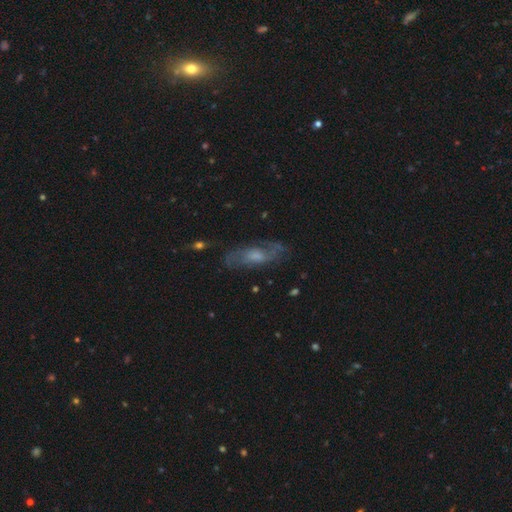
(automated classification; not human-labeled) This appears to be a featured or disk galaxy (66%) with no bar (58%), spiral arms (83%) and a moderate central bulge (43%). Merging: none (71%).